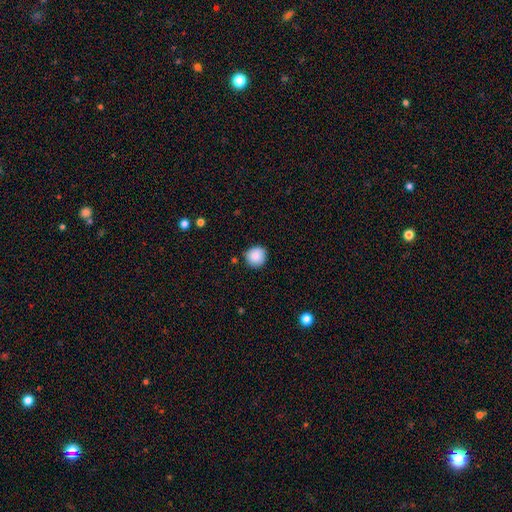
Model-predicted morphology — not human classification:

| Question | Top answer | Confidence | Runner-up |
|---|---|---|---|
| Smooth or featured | smooth | 88% | star or artifact (8%) |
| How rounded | round | 92% | in between (7%) |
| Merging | none | 85% | minor disturbance (11%) |